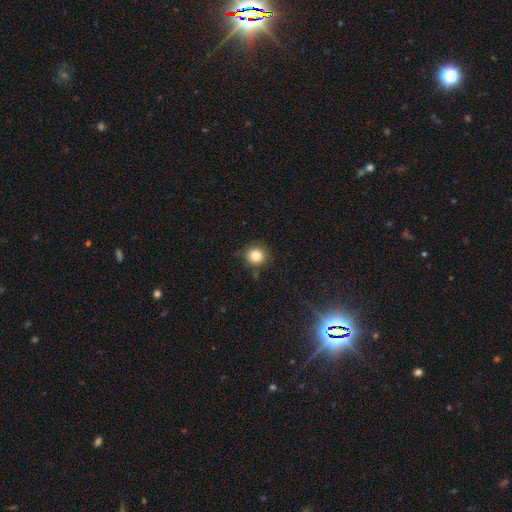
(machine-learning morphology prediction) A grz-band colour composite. It shows a smooth galaxy with no disk features (84%) that is round (93%). Merging: none (82%).